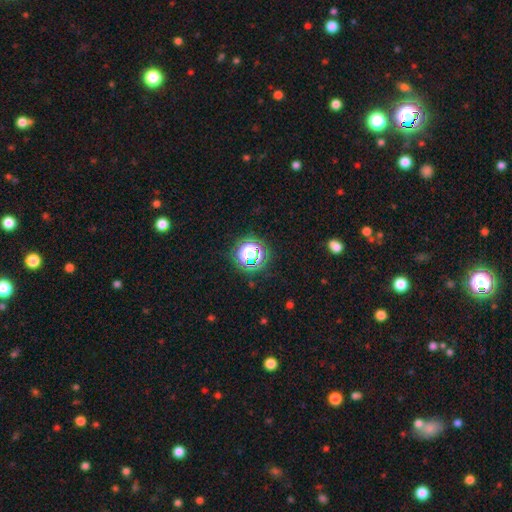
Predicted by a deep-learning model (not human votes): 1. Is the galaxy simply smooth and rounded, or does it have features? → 51% star or artifact, 38% smooth, 11% featured or disk.